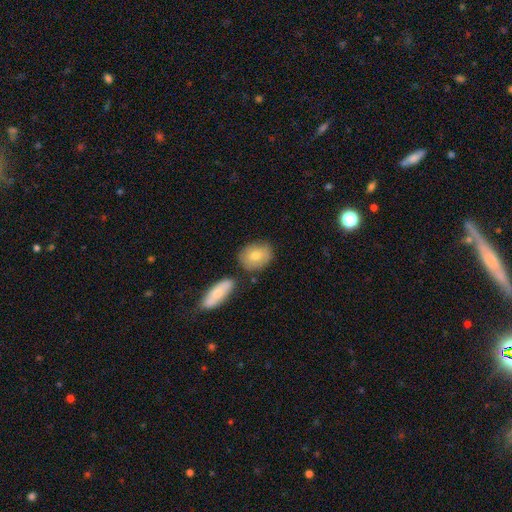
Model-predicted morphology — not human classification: smooth-or-featured: smooth: 77% | featured or disk: 17% | star or artifact: 6%
  how-rounded: in between: 55% | round: 43% | cigar-shaped: 2%
  merging: none: 71% | minor disturbance: 14% | merger: 12% | major disturbance: 3%